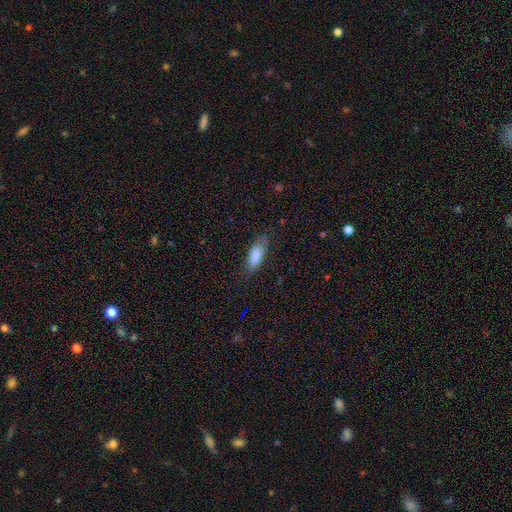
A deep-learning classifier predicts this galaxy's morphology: smooth_or_featured: smooth (p=0.85) [alt: featured or disk p=0.09]
how_rounded: in between (p=0.73) [alt: cigar-shaped p=0.25]
merging: none (p=0.77) [alt: minor disturbance p=0.18]